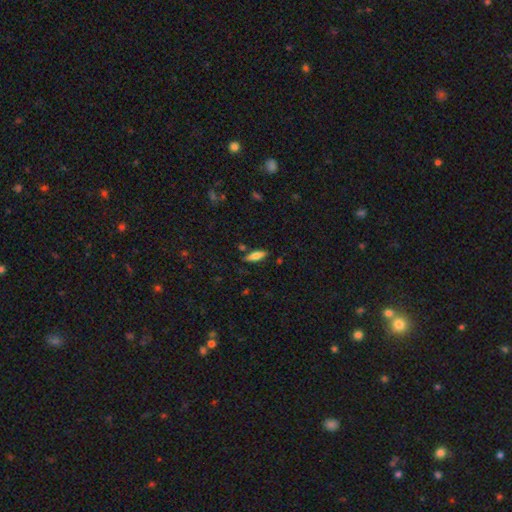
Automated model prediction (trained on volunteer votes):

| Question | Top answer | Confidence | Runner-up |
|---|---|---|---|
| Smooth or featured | smooth | 68% | featured or disk (25%) |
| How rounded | in between | 50% | cigar-shaped (47%) |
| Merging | none | 82% | minor disturbance (12%) |